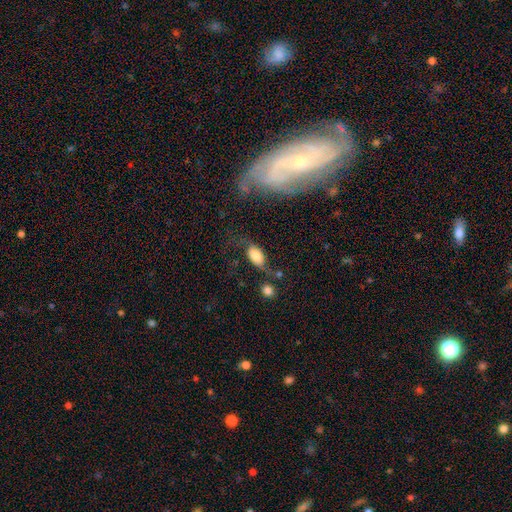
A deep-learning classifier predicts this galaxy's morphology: This appears to be a smooth galaxy with no disk features (66%) that is in between round and cigar-shaped (90%). Merging: none (41%).